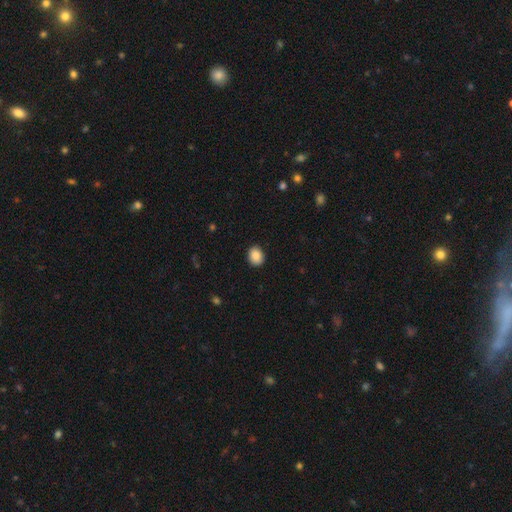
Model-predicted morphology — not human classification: smooth 88%, star or artifact 8%, featured or disk 4%. Down the decision tree: how rounded — round (52%); merging — none (90%).